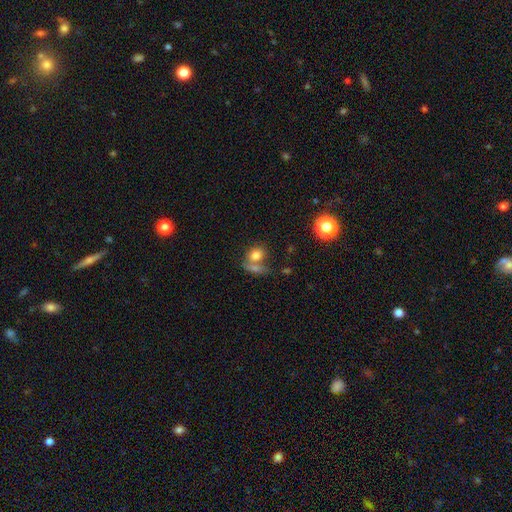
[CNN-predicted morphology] type=smooth (78%); roundness=in between (54%); merging=merger (43%).